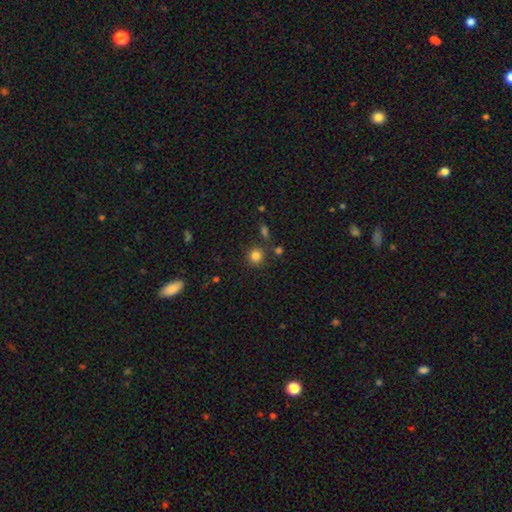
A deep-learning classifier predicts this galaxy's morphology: type=smooth (83%); roundness=round (89%); merging=none (81%).